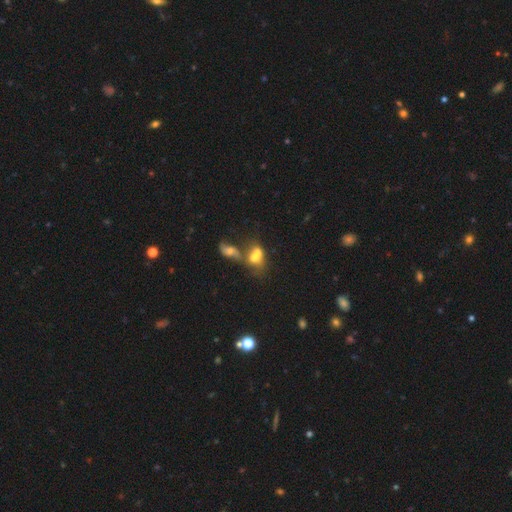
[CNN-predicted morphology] Smooth or featured: smooth — 58% (featured or disk — 28%)
How rounded: in between — 70% (round — 25%)
Merging: merger — 69% (none — 16%)